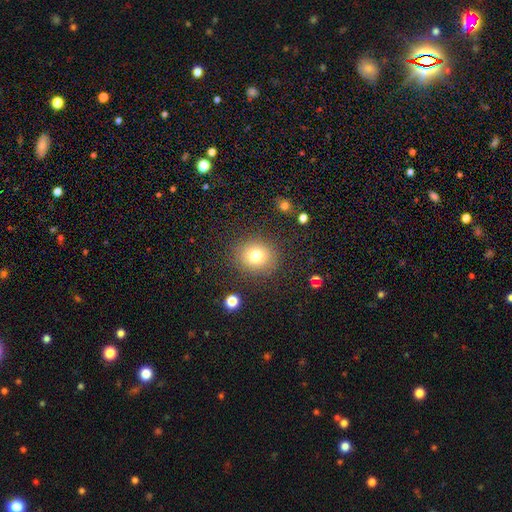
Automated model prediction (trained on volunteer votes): Smooth or featured? Predicted: smooth (p=0.76). How rounded? Predicted: round (p=0.81). Merging? Predicted: none (p=0.86).